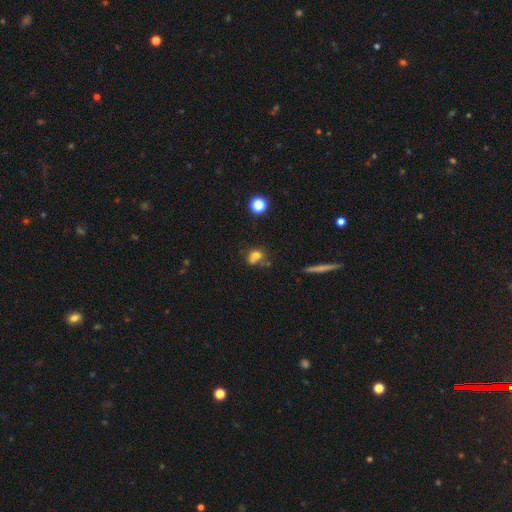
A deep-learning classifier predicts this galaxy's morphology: The model was most divided on "merging": merger: 43%, none: 35%, minor disturbance: 13%, major disturbance: 8%. More confident: smooth or featured — smooth (65%); how rounded — round (64%).